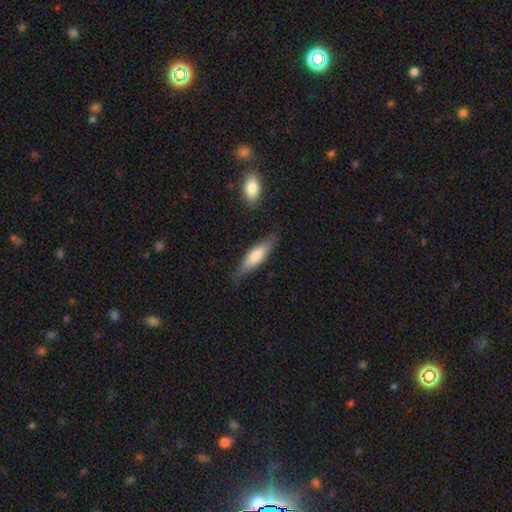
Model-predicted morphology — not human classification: smooth 68%, featured or disk 26%, star or artifact 6%. Down the decision tree: how rounded — cigar-shaped (64%); merging — none (80%).